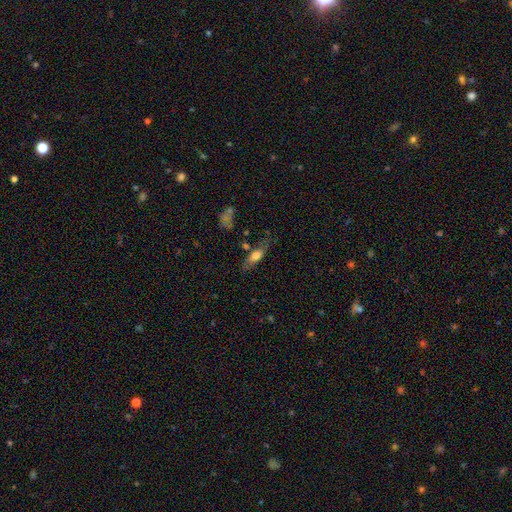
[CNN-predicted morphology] Smooth or featured? smooth (60%)
How rounded? in between (60%)
Merging? none (63%)